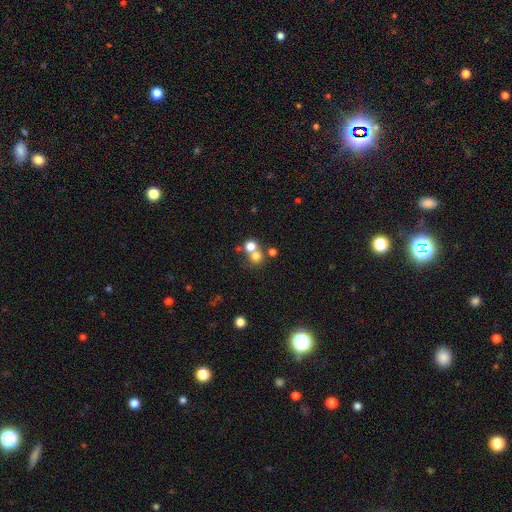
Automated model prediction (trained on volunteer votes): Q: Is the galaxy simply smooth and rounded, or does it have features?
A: smooth — 70%.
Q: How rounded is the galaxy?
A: round — 86%.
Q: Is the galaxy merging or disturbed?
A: none — 47%.